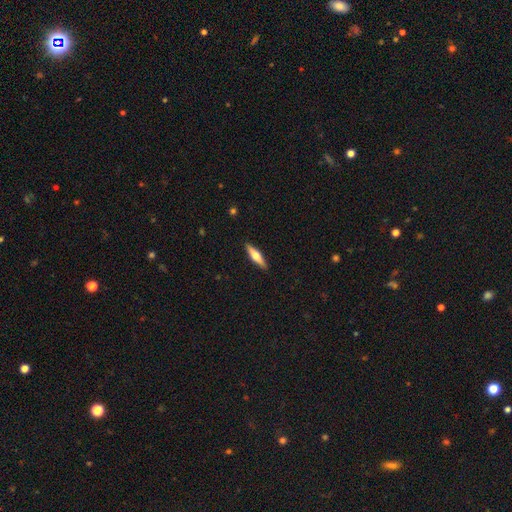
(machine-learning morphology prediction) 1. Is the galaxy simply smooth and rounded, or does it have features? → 48% smooth, 46% featured or disk, 6% star or artifact.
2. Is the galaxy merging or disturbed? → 91% none, 7% minor disturbance, 2% major disturbance, 1% merger.